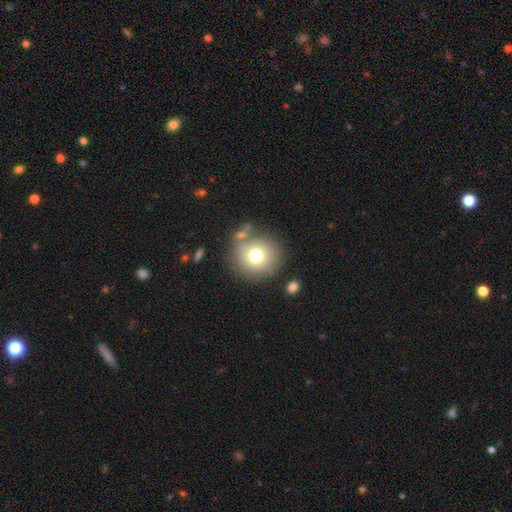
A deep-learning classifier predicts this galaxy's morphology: This is likely a smooth galaxy (73%). How rounded: clearly round (91%). Merging: likely none (74%).